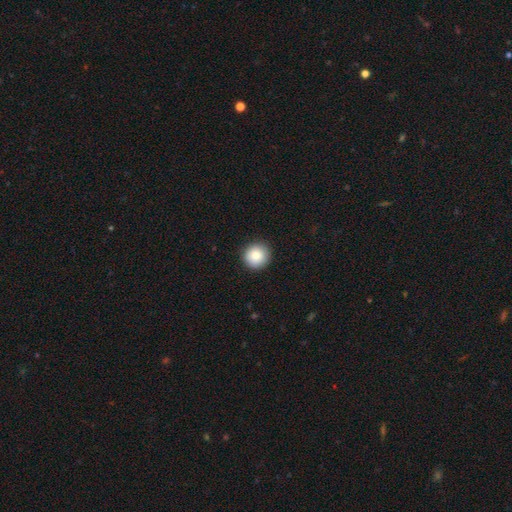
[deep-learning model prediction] smooth-or-featured: smooth: 84% | star or artifact: 9% | featured or disk: 8%
  how-rounded: round: 94% | in between: 5% | cigar-shaped: 1%
  merging: none: 91% | minor disturbance: 6% | major disturbance: 2% | merger: 1%